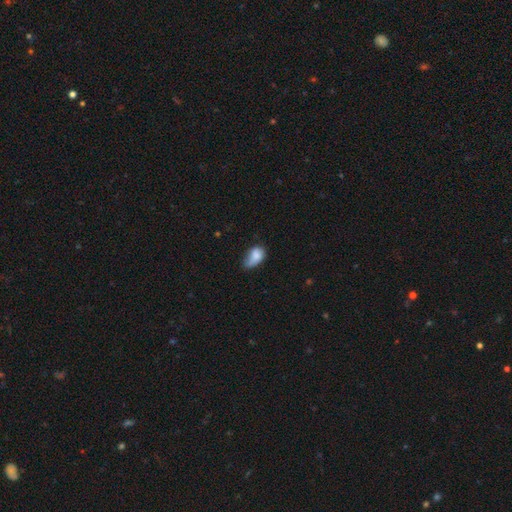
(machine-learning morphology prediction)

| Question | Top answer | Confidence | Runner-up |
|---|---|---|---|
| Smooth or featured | smooth | 79% | featured or disk (13%) |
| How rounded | in between | 88% | round (9%) |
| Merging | minor disturbance | 44% | none (31%) |